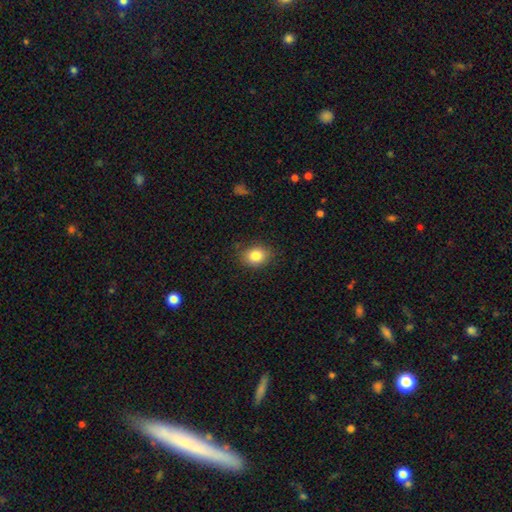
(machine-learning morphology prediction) The model was most divided on "how rounded": in between: 54%, round: 45%, cigar-shaped: 1%. More confident: smooth or featured — smooth (83%); merging — none (82%).